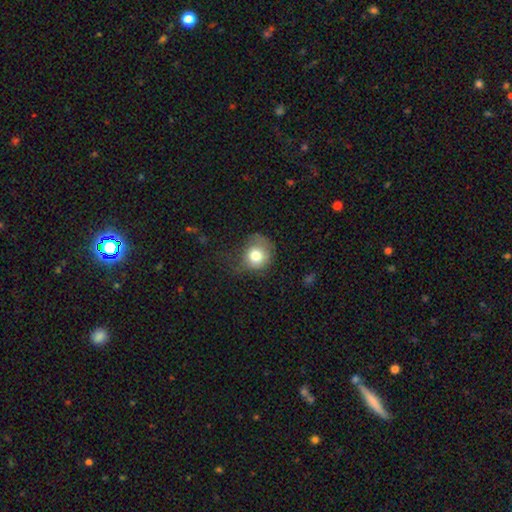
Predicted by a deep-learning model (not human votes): The model was most divided on "merging": none: 43%, minor disturbance: 32%, major disturbance: 23%, merger: 2%. More confident: how rounded — round (79%); smooth or featured — smooth (76%).